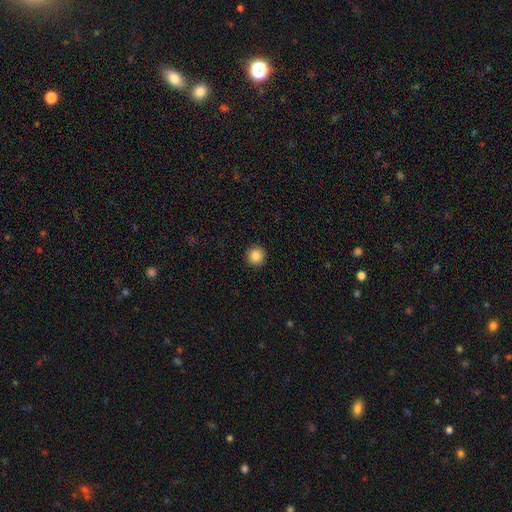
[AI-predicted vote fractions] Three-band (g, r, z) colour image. It shows a smooth galaxy with no disk features (86%) that is round (95%). Merging: none (93%).